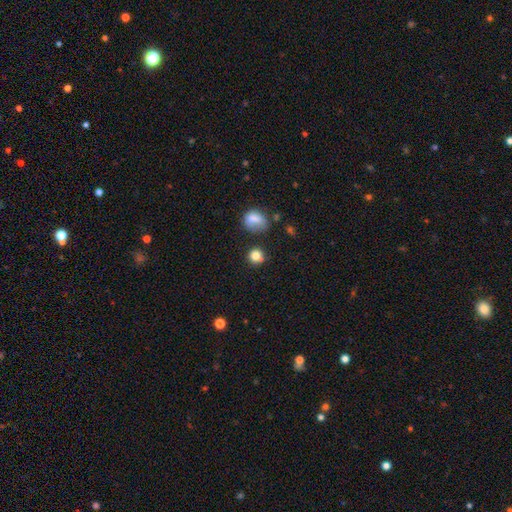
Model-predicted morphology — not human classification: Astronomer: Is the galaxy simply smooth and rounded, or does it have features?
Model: smooth — 82%.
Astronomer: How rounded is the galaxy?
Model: round — 87%.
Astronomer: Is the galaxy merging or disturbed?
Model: none — 74%.